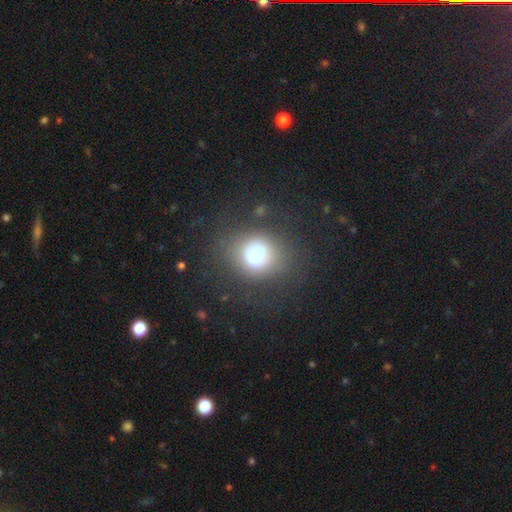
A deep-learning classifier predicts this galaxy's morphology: A smooth galaxy with no disk features (67%) that is round (72%). Merging: none (63%).